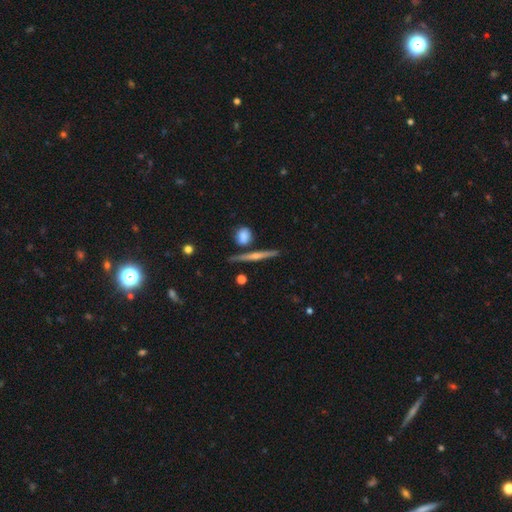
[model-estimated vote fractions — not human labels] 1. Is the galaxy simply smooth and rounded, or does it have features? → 67% featured or disk, 25% smooth, 8% star or artifact.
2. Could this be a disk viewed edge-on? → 97% yes, 3% no.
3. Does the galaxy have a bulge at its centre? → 70% rounded, 21% none, 9% boxy.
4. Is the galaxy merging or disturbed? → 84% none, 8% minor disturbance, 6% merger, 2% major disturbance.